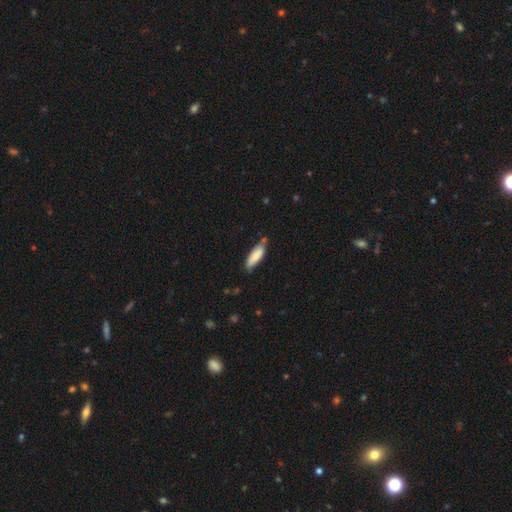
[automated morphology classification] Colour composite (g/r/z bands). It shows a smooth galaxy with no disk features (83%) that is in between round and cigar-shaped (51%). Merging: none (71%).